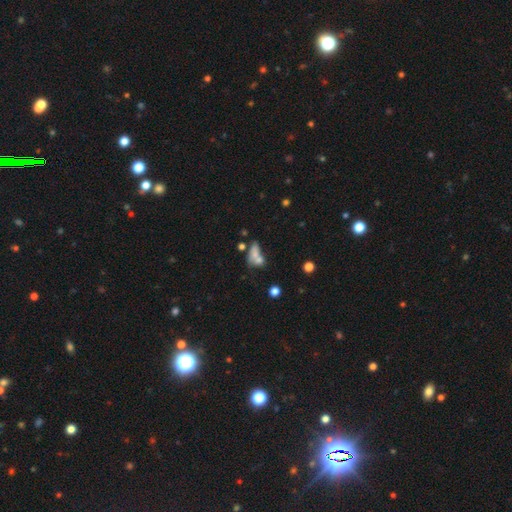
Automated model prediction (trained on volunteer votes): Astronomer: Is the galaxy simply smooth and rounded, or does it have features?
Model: smooth — 60%.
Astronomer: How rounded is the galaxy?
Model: in between — 69%.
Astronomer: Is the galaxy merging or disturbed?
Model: merger — 51%.